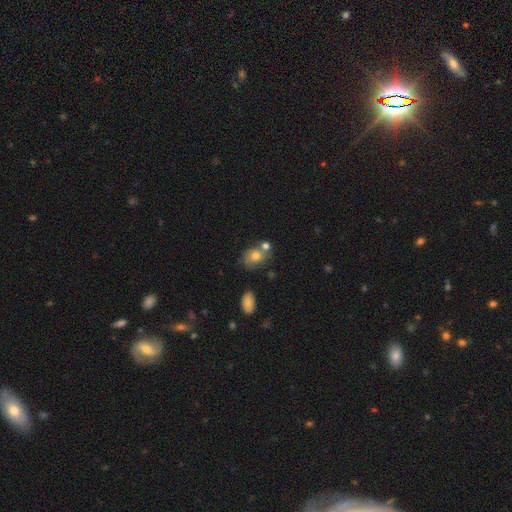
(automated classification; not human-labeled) This is likely a smooth galaxy (67%). How rounded: possibly in between (53%). Merging: possibly none (51%).